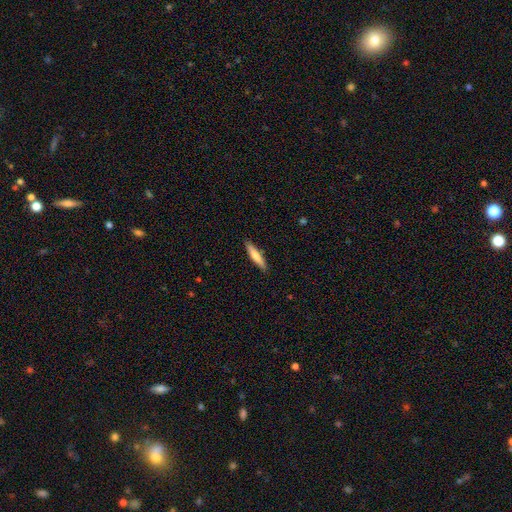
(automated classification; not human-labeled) The model was most divided on "smooth or featured": smooth: 67%, featured or disk: 27%, star or artifact: 5%. More confident: merging — none (89%); how rounded — cigar-shaped (88%).